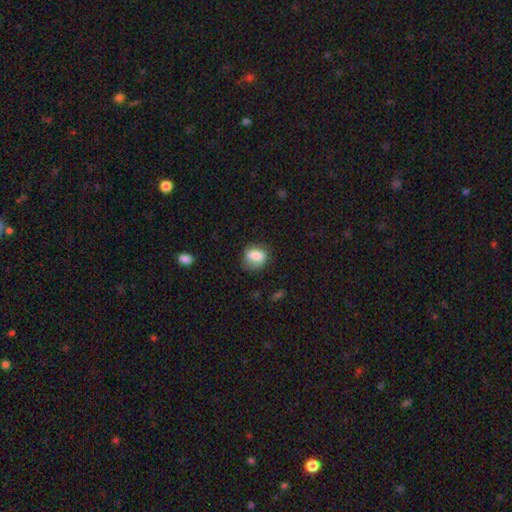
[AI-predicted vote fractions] Smooth or featured?
  - smooth: 81% *
  - featured or disk: 11%
  - star or artifact: 8%
How rounded?
  - in between: 60% *
  - round: 38%
  - cigar-shaped: 2%
Merging?
  - none: 65% *
  - minor disturbance: 25%
  - major disturbance: 9%
  - merger: 2%